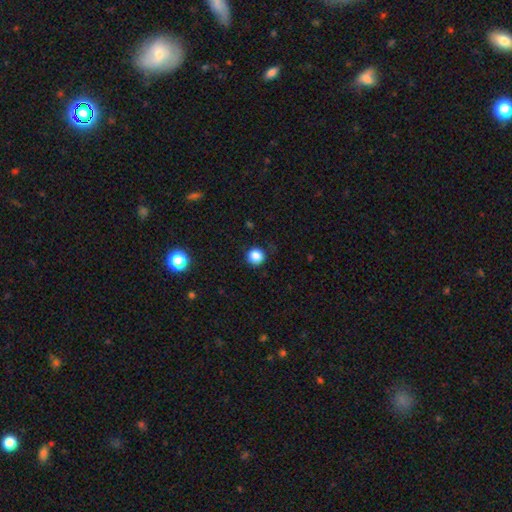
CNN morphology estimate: type=smooth (85%); roundness=round (93%); merging=none (88%).